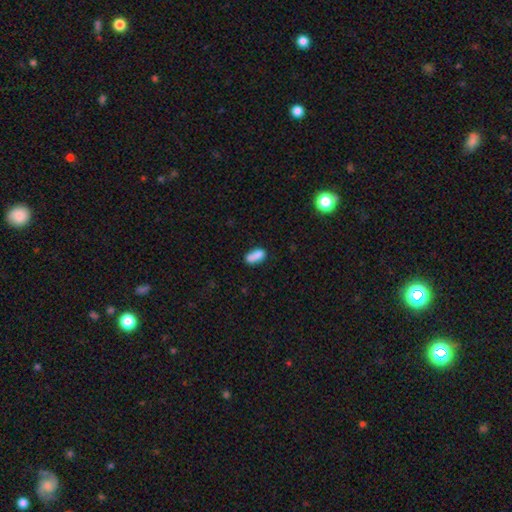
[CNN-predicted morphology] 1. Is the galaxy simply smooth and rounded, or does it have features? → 82% smooth, 9% featured or disk, 9% star or artifact.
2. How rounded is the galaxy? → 81% in between, 14% cigar-shaped, 5% round.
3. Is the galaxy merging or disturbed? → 57% none, 19% minor disturbance, 18% merger, 6% major disturbance.